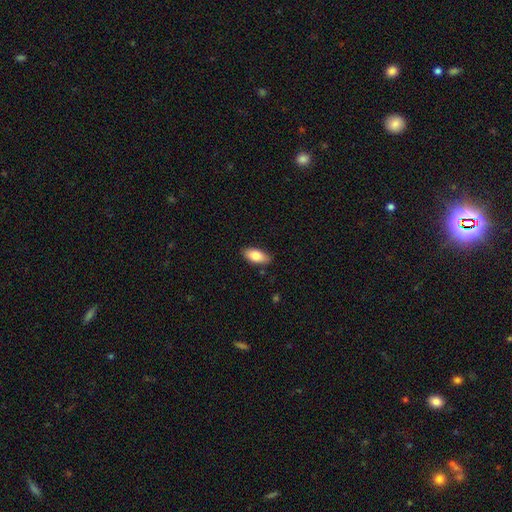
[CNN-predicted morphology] Smooth or featured? Predicted: smooth (p=0.82). How rounded? Predicted: in between (p=0.90). Merging? Predicted: none (p=0.85).